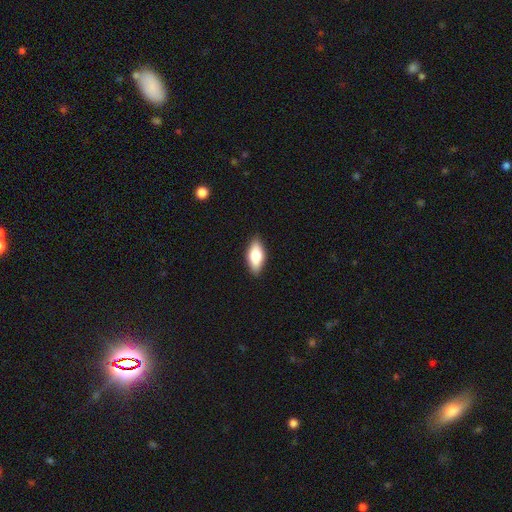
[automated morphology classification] Smooth or featured: smooth — 72% (featured or disk — 22%)
How rounded: in between — 85% (cigar-shaped — 12%)
Merging: none — 88% (minor disturbance — 9%)